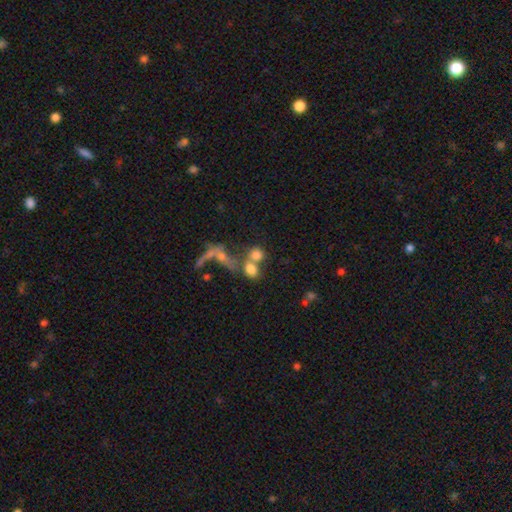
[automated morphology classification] A smooth galaxy with no disk features (71%) that is round (62%).

Vote fractions:
- Smooth or featured? smooth: 71% / featured or disk: 16% / star or artifact: 13%
- How rounded? round: 62% / in between: 35% / cigar-shaped: 3%
- Merging? merger: 53% / none: 29% / major disturbance: 10% / minor disturbance: 8%